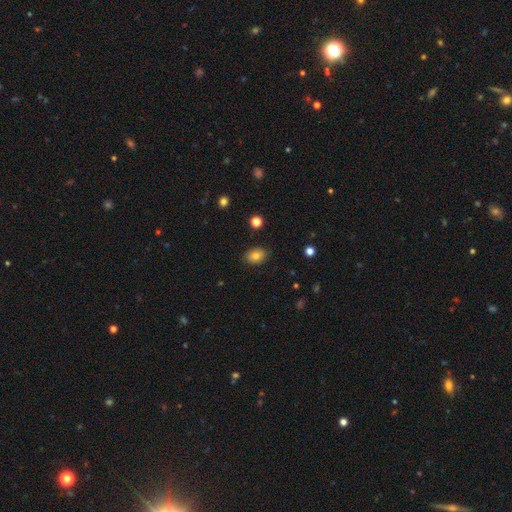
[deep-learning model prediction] smooth_or_featured: smooth (p=0.81) [alt: star or artifact p=0.10]
how_rounded: in between (p=0.71) [alt: round p=0.28]
merging: none (p=0.87) [alt: minor disturbance p=0.09]